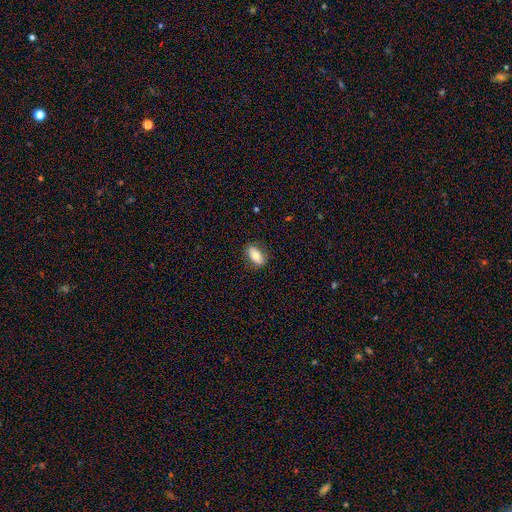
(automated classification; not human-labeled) smooth-or-featured: smooth: 69% | featured or disk: 24% | star or artifact: 7%
  how-rounded: in between: 88% | cigar-shaped: 6% | round: 6%
  merging: none: 83% | minor disturbance: 13% | major disturbance: 3% | merger: 1%